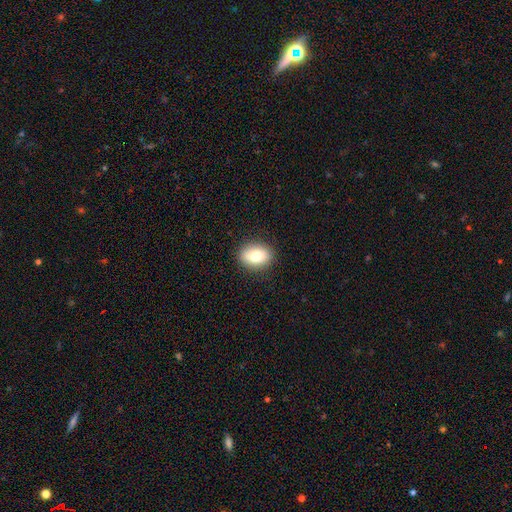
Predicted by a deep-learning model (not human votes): A smooth galaxy with no disk features (78%) that is in between round and cigar-shaped (68%).

Vote fractions:
- Smooth or featured? smooth: 78% / featured or disk: 13% / star or artifact: 9%
- How rounded? in between: 68% / round: 30% / cigar-shaped: 1%
- Merging? none: 88% / minor disturbance: 8% / major disturbance: 2% / merger: 1%